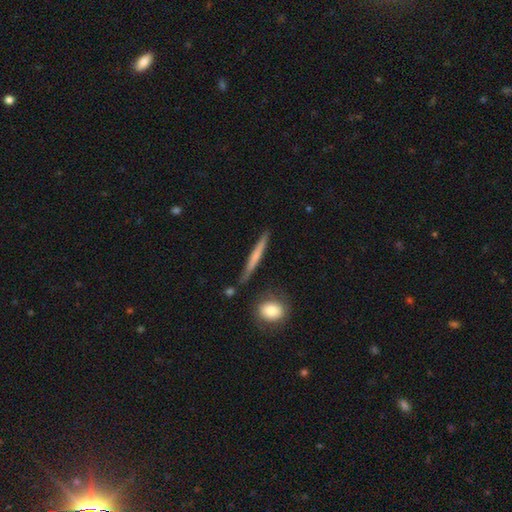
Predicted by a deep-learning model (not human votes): A smooth galaxy with no disk features (53%) that is cigar-shaped (94%).

Vote fractions:
- Smooth or featured? smooth: 53% / featured or disk: 41% / star or artifact: 6%
- How rounded? cigar-shaped: 94% / in between: 3% / round: 2%
- Merging? none: 85% / minor disturbance: 10% / merger: 3% / major disturbance: 2%